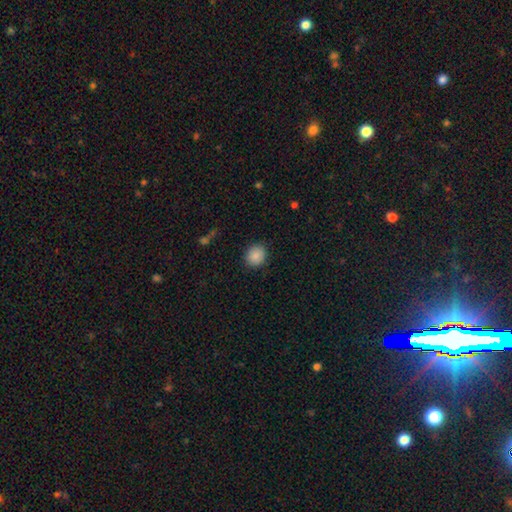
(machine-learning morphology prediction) smooth 88%, star or artifact 8%, featured or disk 4%. Down the decision tree: how rounded — round (72%); merging — none (87%).